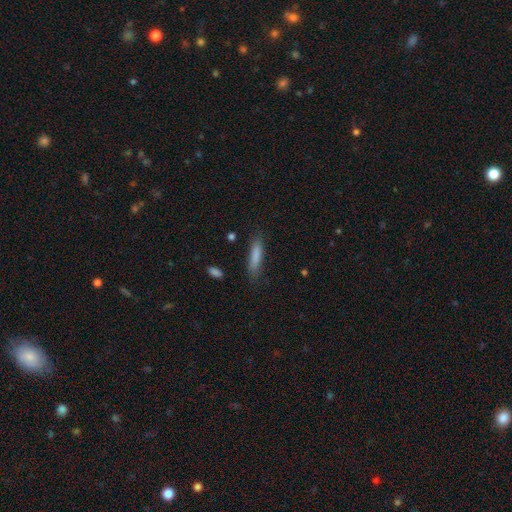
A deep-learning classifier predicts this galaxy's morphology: Q: Smooth or featured?
A: smooth (83%); runner-up: featured or disk (10%)
Q: How rounded?
A: cigar-shaped (80%); runner-up: in between (19%)
Q: Merging?
A: none (81%); runner-up: minor disturbance (14%)